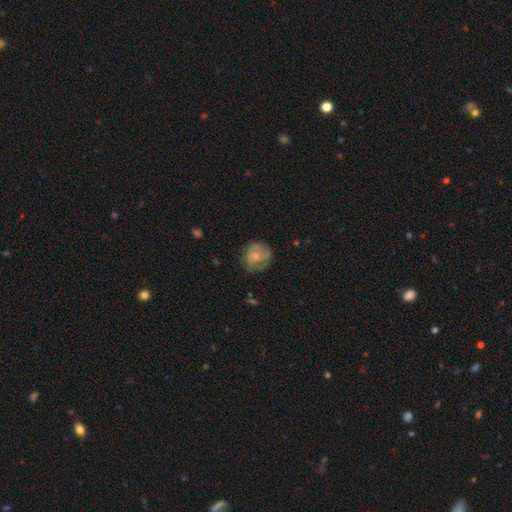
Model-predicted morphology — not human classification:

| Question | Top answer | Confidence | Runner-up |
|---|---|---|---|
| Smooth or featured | smooth | 51% | featured or disk (42%) |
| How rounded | round | 83% | in between (16%) |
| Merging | none | 68% | minor disturbance (21%) |